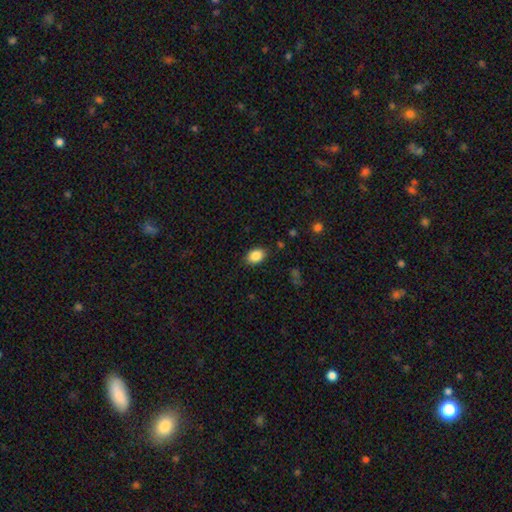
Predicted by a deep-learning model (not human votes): This is clearly a smooth galaxy (87%). How rounded: clearly in between (83%). Merging: clearly none (87%).